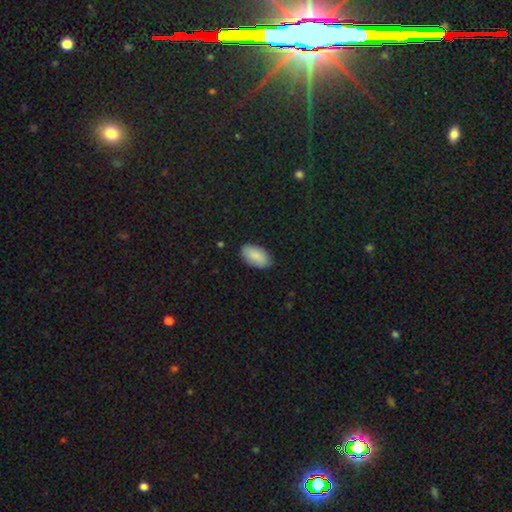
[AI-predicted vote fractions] smooth-or-featured: smooth: 89% | star or artifact: 6% | featured or disk: 5%
  how-rounded: in between: 96% | round: 3% | cigar-shaped: 2%
  merging: none: 87% | minor disturbance: 10% | major disturbance: 2% | merger: 1%